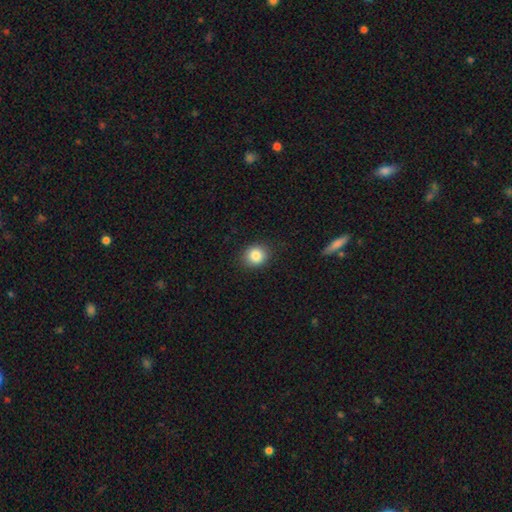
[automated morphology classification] This is clearly a smooth galaxy (85%). How rounded: likely round (75%). Merging: clearly none (88%).